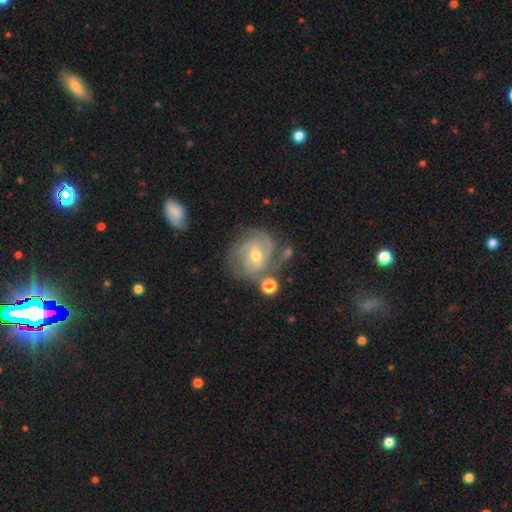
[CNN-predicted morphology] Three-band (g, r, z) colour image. It shows a featured or disk galaxy (82%) with no bar (46%), 3 (33%) tight (60%) spiral arms (94%) and a moderate central bulge (57%). Merging: none (60%).